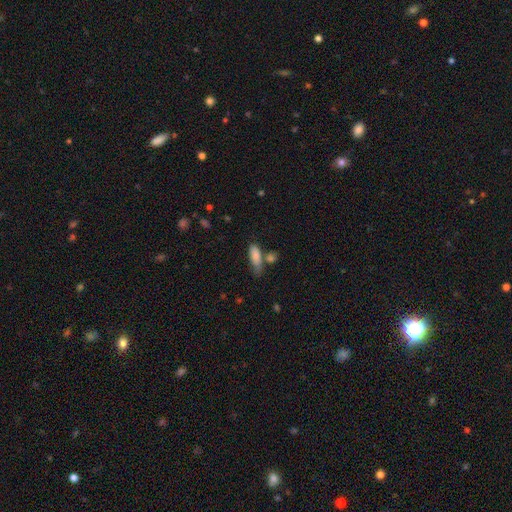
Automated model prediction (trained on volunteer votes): A smooth galaxy with no disk features (82%) that is in between round and cigar-shaped (68%). Merging: none (46%).